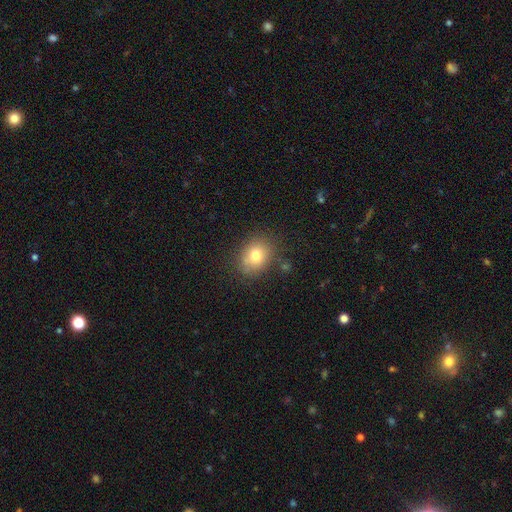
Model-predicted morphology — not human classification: The model was most divided on "how rounded": round: 52%, in between: 47%, cigar-shaped: 1%. More confident: merging — none (77%); smooth or featured — smooth (77%).